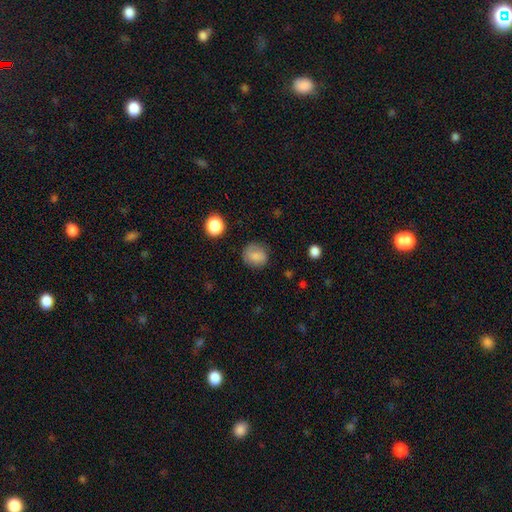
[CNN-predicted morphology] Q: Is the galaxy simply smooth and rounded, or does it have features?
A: smooth — 81%.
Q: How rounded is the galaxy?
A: round — 82%.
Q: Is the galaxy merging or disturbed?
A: none — 77%.